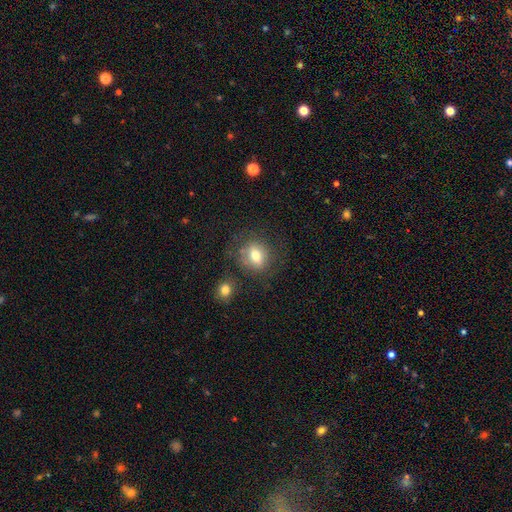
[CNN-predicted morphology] type=smooth (70%); roundness=round (54%); merging=none (69%).